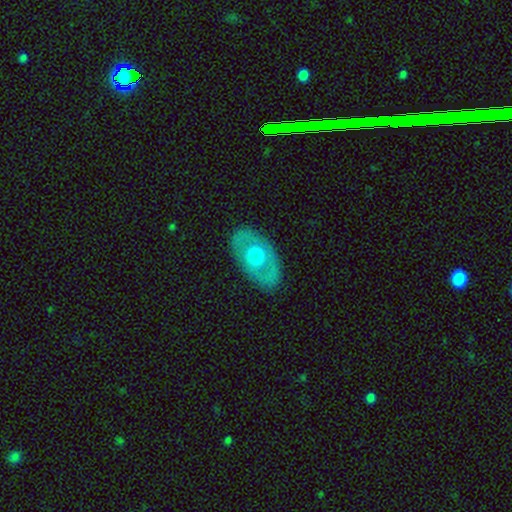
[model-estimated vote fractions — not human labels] This is possibly a smooth galaxy (48%). Merging: clearly none (83%).